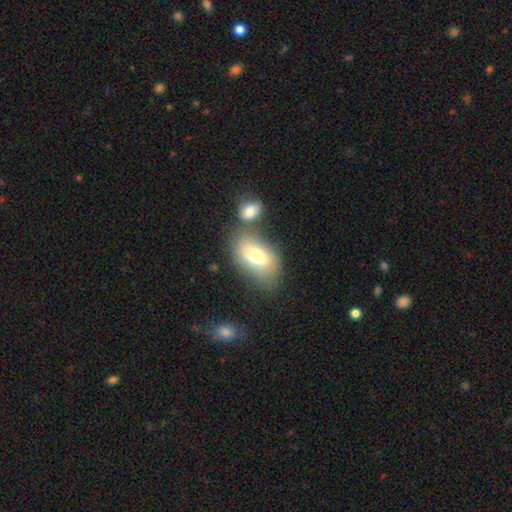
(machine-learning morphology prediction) smooth_or_featured: smooth (p=0.73) [alt: featured or disk p=0.19]
how_rounded: in between (p=0.87) [alt: round p=0.11]
merging: none (p=0.54) [alt: merger p=0.24]